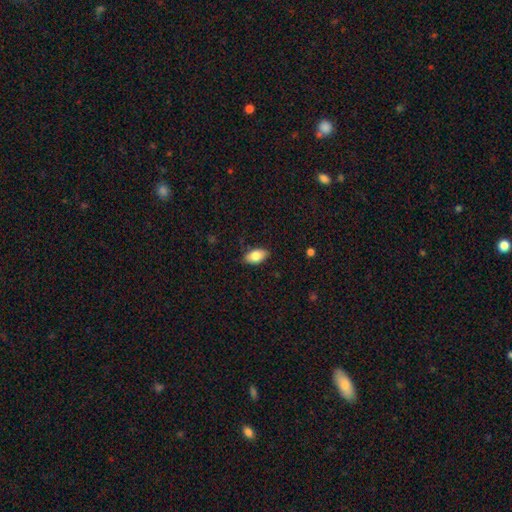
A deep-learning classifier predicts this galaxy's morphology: Smooth or featured: smooth — 83% (featured or disk — 10%)
How rounded: in between — 92% (round — 5%)
Merging: none — 85% (minor disturbance — 12%)